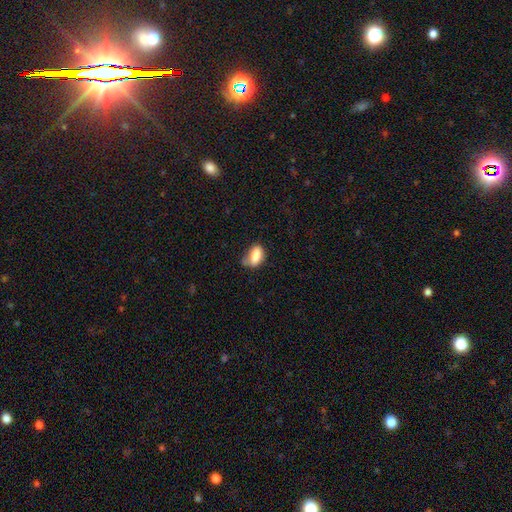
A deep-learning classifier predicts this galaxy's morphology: A smooth galaxy with no disk features (81%) that is in between round and cigar-shaped (87%). Merging: none (45%).